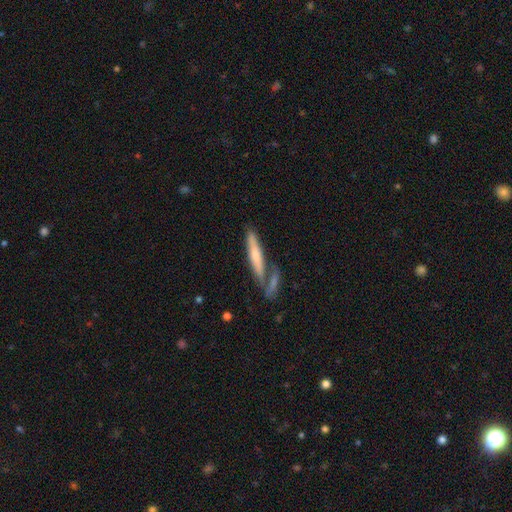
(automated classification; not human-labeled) Q: Smooth or featured?
A: smooth (60%); runner-up: featured or disk (34%)
Q: How rounded?
A: cigar-shaped (90%); runner-up: in between (8%)
Q: Merging?
A: none (58%); runner-up: merger (25%)